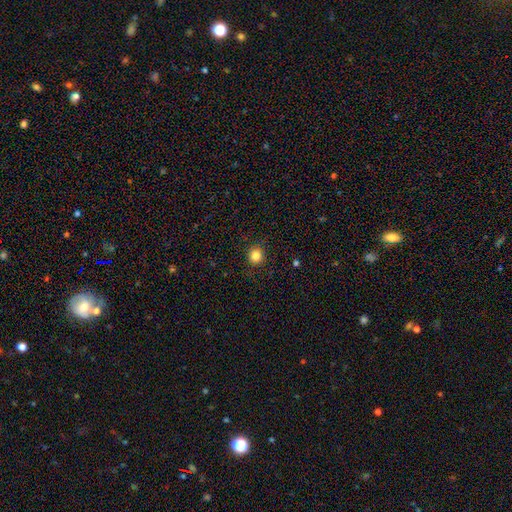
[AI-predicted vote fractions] A smooth galaxy with no disk features (84%) that is round (86%).

Vote fractions:
- Smooth or featured? smooth: 84% / star or artifact: 11% / featured or disk: 4%
- How rounded? round: 86% / in between: 13% / cigar-shaped: 1%
- Merging? none: 89% / minor disturbance: 7% / major disturbance: 2% / merger: 1%